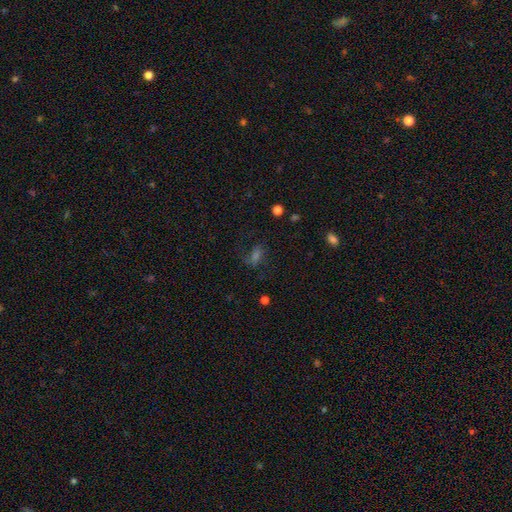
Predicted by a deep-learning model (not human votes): Morphology: type=smooth (42%); merging=none (59%).